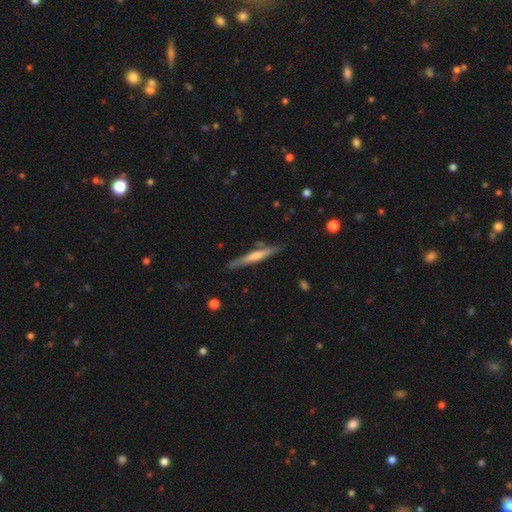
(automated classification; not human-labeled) This is possibly a featured or disk galaxy (58%). It is clearly viewed edge-on (96%). Edge-on bulge: possibly rounded (54%). Merging: clearly none (83%).